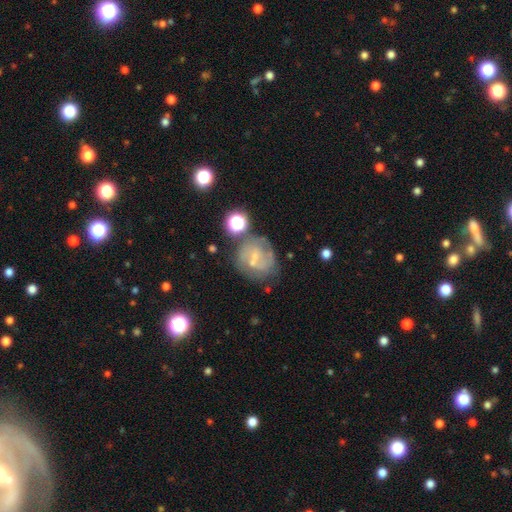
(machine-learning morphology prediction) Smooth or featured: featured or disk — 65% (smooth — 23%)
Edge-on disk: no — 98% (yes — 2%)
Bar: weak — 44% (no — 43%)
Spiral arms: yes — 77% (no — 23%)
Bulge size: small — 66% (none — 17%)
Merging: none — 57% (minor disturbance — 19%)